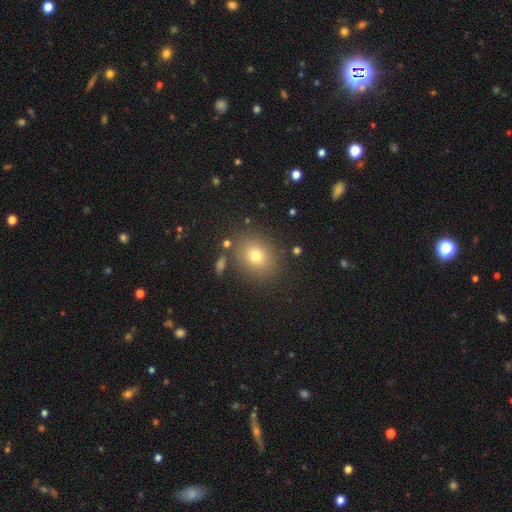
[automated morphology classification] The model was most divided on "how rounded": round: 56%, in between: 43%, cigar-shaped: 1%. More confident: merging — none (83%); smooth or featured — smooth (74%).